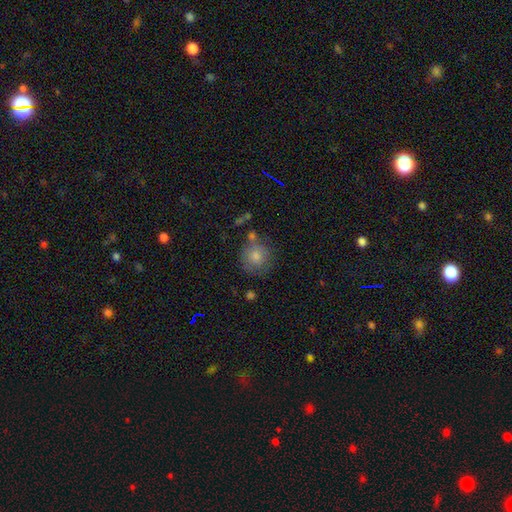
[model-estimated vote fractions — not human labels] Q: Smooth or featured?
A: smooth (68%); runner-up: featured or disk (17%)
Q: How rounded?
A: round (91%); runner-up: in between (8%)
Q: Merging?
A: none (75%); runner-up: minor disturbance (14%)